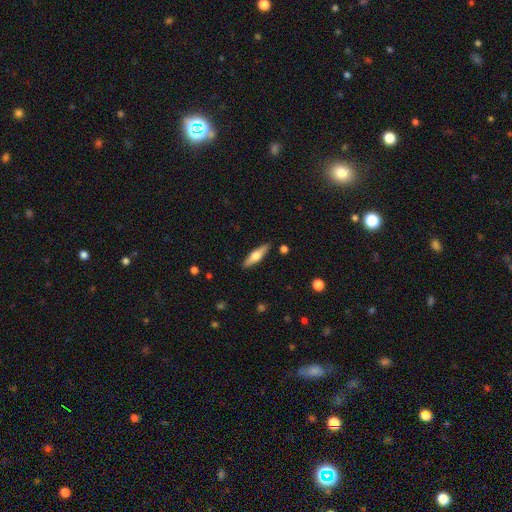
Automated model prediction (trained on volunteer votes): Smooth or featured?
  - featured or disk: 48% *
  - smooth: 46%
  - star or artifact: 6%
Merging?
  - none: 89% *
  - minor disturbance: 8%
  - major disturbance: 2%
  - merger: 1%